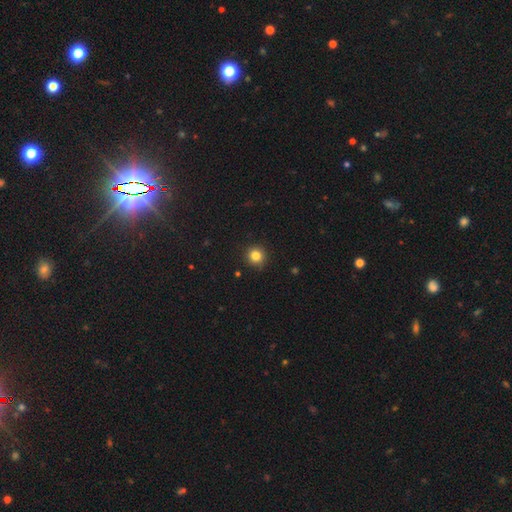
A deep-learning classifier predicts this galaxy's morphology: Q: Smooth or featured?
A: smooth (83%); runner-up: star or artifact (12%)
Q: How rounded?
A: round (94%); runner-up: in between (5%)
Q: Merging?
A: none (91%); runner-up: minor disturbance (6%)